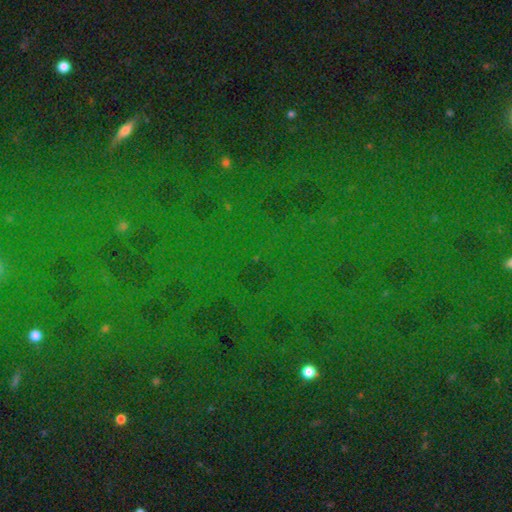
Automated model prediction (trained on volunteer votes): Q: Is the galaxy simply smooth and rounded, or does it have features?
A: star or artifact — 80%.